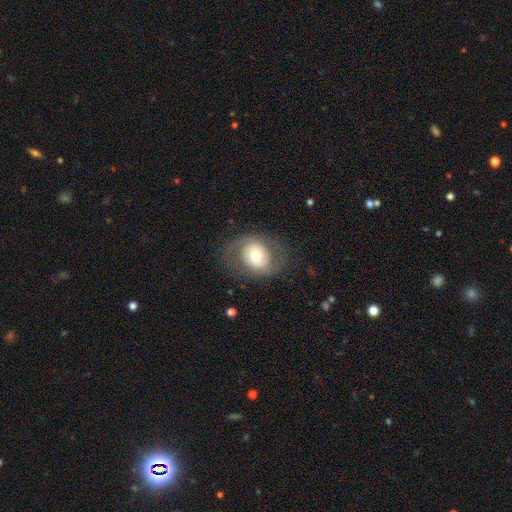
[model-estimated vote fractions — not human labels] Q: Smooth or featured?
A: featured or disk (56%); runner-up: smooth (37%)
Q: Edge-on disk?
A: no (96%); runner-up: yes (4%)
Q: Bar?
A: no (66%); runner-up: weak (25%)
Q: Spiral arms?
A: yes (52%); runner-up: no (48%)
Q: Bulge size?
A: moderate (71%); runner-up: large (15%)
Q: Merging?
A: none (71%); runner-up: minor disturbance (16%)